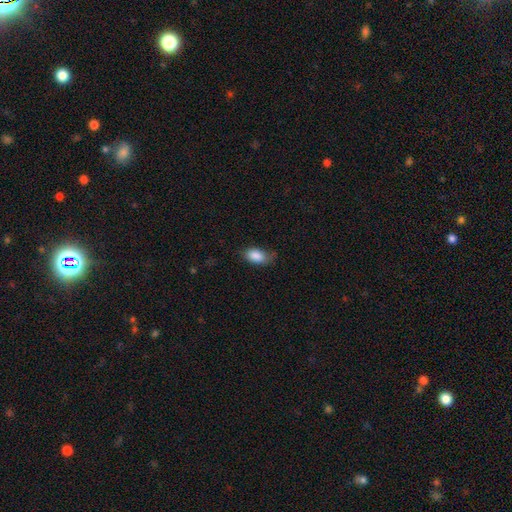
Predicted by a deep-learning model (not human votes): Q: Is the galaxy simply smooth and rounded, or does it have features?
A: smooth — 87%.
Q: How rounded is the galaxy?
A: in between — 91%.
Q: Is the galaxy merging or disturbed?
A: none — 59%.